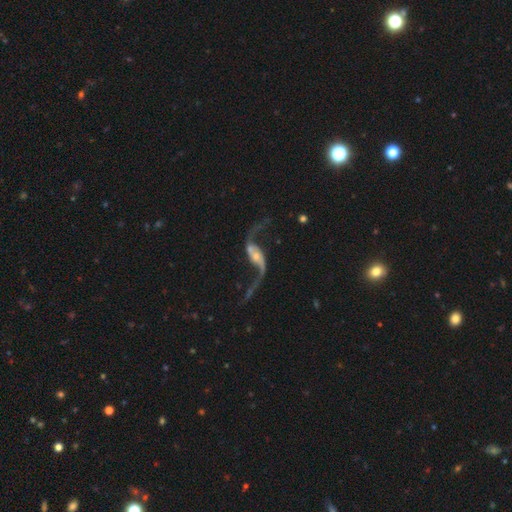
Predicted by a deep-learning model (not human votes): smooth_or_featured: featured or disk (p=0.91) [alt: smooth p=0.04]
disk_edge_on: no (p=0.96) [alt: yes p=0.04]
bar: no (p=0.48) [alt: weak p=0.31]
has_spiral_arms: yes (p=0.97) [alt: no p=0.03]
spiral_winding: loose (p=0.94) [alt: medium p=0.04]
spiral_arm_count: 2 (p=0.94) [alt: 1 p=0.02]
bulge_size: small (p=0.49) [alt: moderate p=0.37]
merging: none (p=0.64) [alt: major disturbance p=0.15]